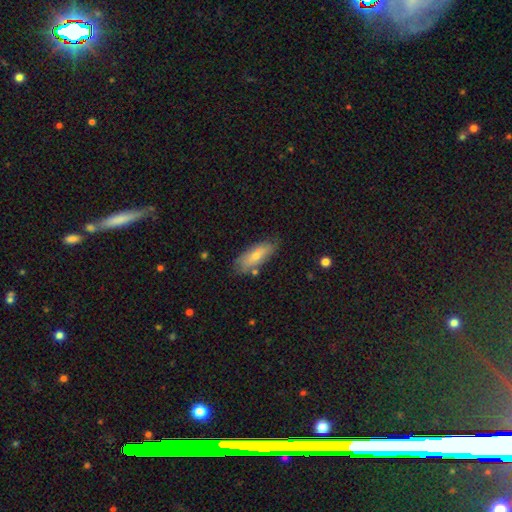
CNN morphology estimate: Overall: smooth (65%; featured or disk 28%). How rounded: in between (68%; cigar-shaped 30%). Merging: none (77%).